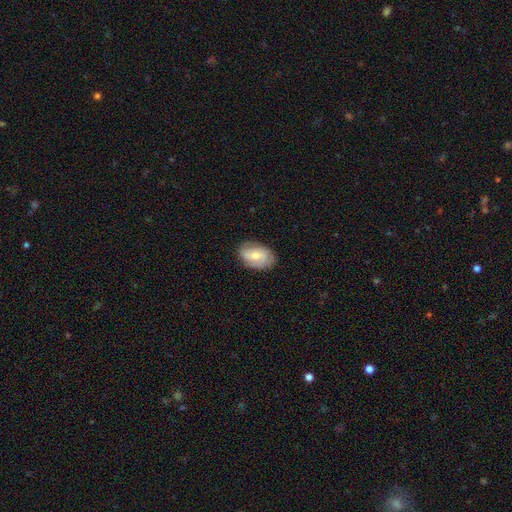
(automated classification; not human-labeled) A smooth galaxy with no disk features (57%) that is in between round and cigar-shaped (89%). Merging: none (79%).